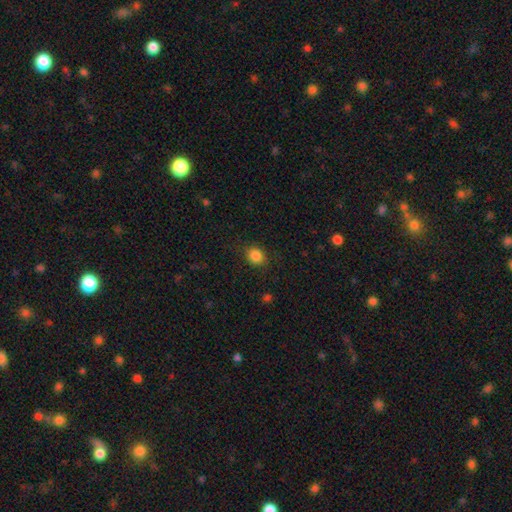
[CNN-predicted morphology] smooth 85%, star or artifact 11%, featured or disk 4%. Down the decision tree: how rounded — round (72%); merging — none (85%).